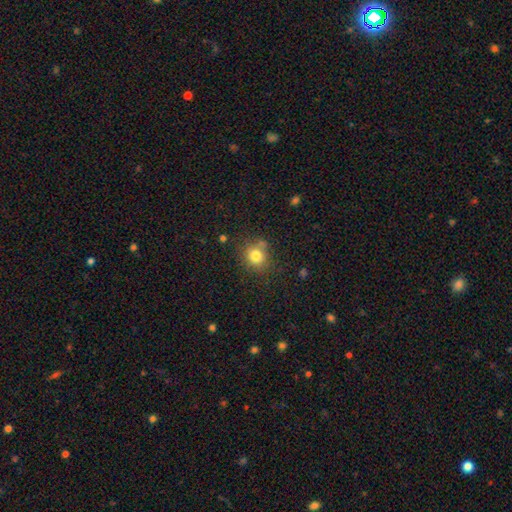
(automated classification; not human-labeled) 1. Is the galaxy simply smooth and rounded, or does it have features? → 80% smooth, 12% star or artifact, 8% featured or disk.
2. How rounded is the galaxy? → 78% round, 21% in between, 1% cigar-shaped.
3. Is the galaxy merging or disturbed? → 73% none, 15% minor disturbance, 7% merger, 5% major disturbance.